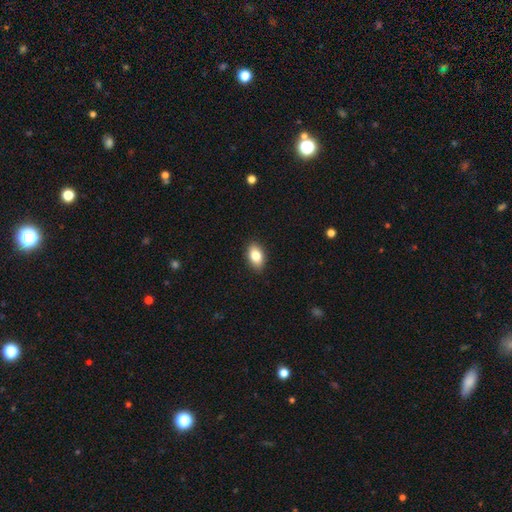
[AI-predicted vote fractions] This is clearly a smooth galaxy (83%). How rounded: clearly in between (90%). Merging: clearly none (89%).